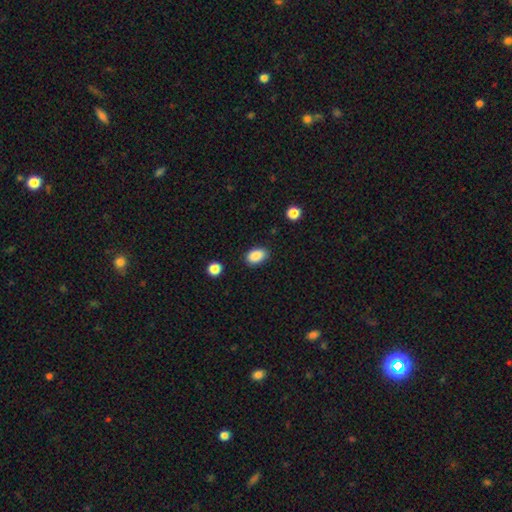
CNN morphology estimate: This is clearly a smooth galaxy (89%). How rounded: clearly in between (88%). Merging: clearly none (85%).